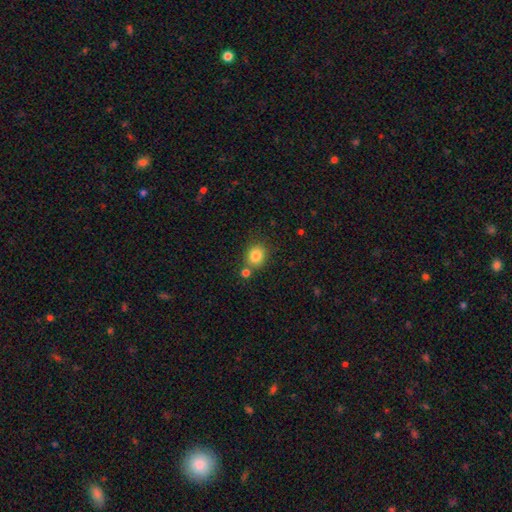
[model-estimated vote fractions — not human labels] Morphology: type=smooth (83%); roundness=round (74%); merging=none (69%).